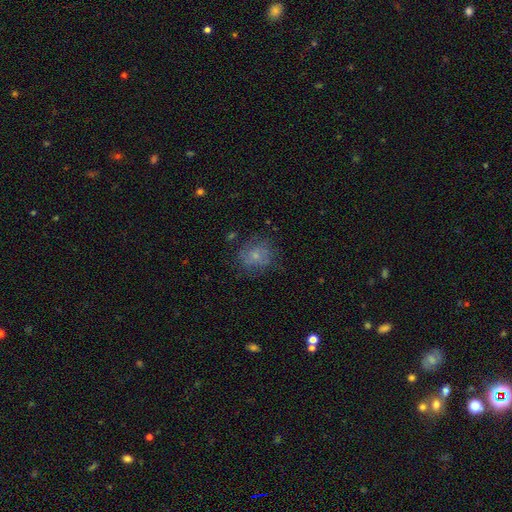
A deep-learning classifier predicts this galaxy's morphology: This is possibly a smooth galaxy (54%). How rounded: likely round (73%). Merging: likely none (68%).